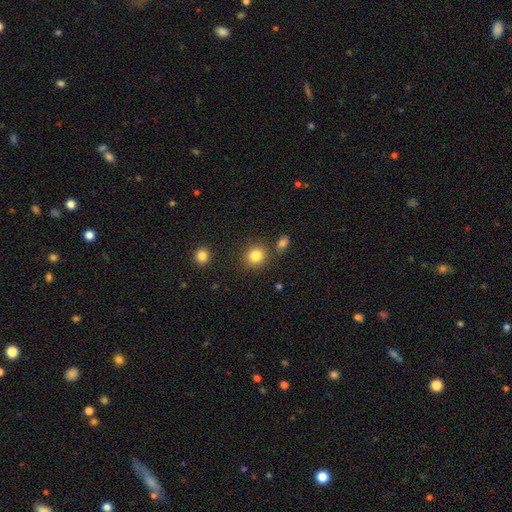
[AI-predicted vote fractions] Smooth or featured? smooth (83%)
How rounded? round (84%)
Merging? none (82%)